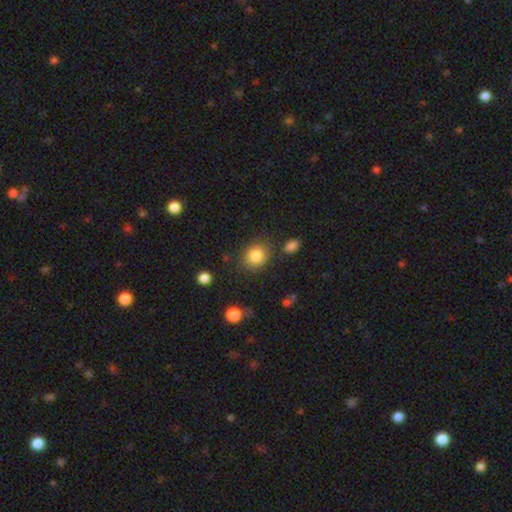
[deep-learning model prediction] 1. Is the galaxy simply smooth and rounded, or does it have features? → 85% smooth, 9% star or artifact, 6% featured or disk.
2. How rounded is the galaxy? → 70% round, 29% in between, 1% cigar-shaped.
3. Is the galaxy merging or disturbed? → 79% none, 13% minor disturbance, 4% merger, 4% major disturbance.